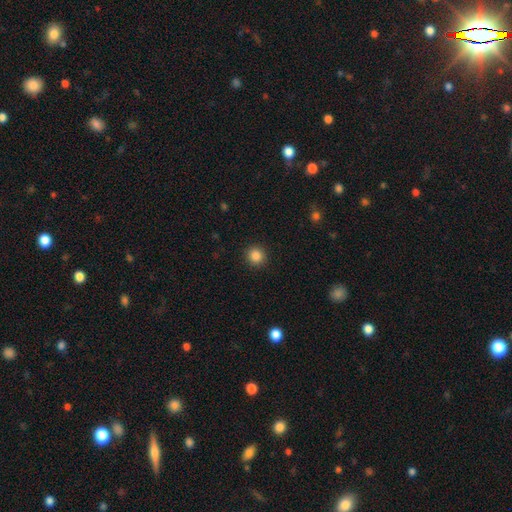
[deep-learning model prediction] Smooth or featured? Predicted: smooth (p=0.86). How rounded? Predicted: round (p=0.93). Merging? Predicted: none (p=0.92).